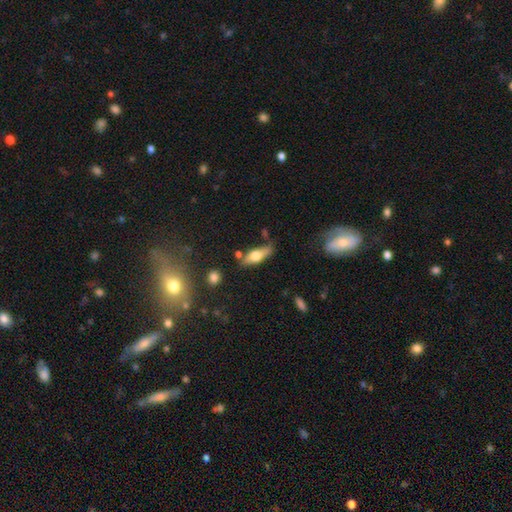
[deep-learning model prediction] This appears to be a smooth galaxy with no disk features (53%) that is in between round and cigar-shaped (57%). Merging: none (69%).